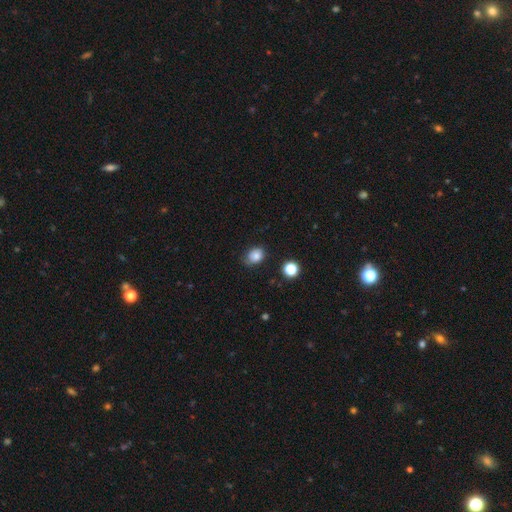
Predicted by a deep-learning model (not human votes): Smooth or featured? Predicted: smooth (p=0.83). How rounded? Predicted: in between (p=0.59). Merging? Predicted: none (p=0.73).